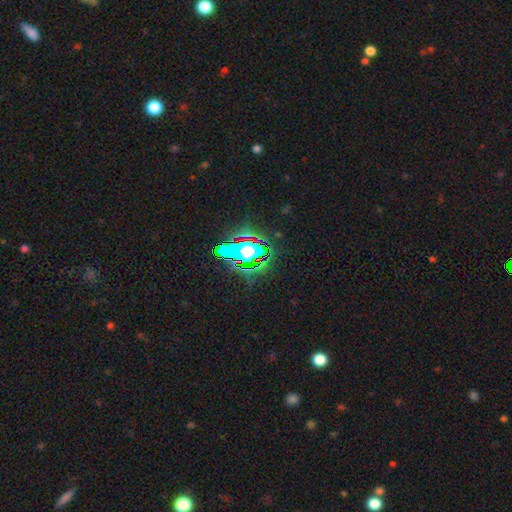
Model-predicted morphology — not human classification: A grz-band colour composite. It shows a star or artifact, not a galaxy (79%).